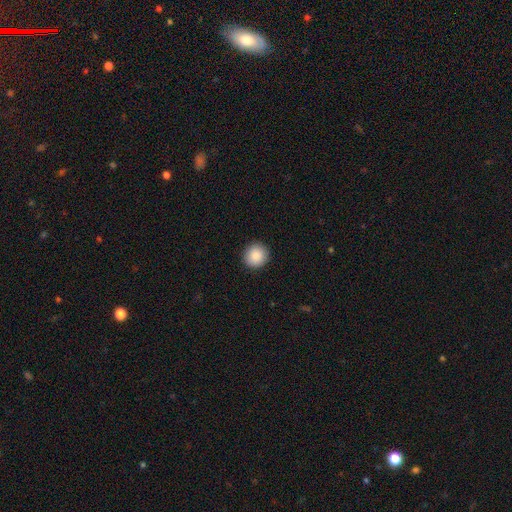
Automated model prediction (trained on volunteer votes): Smooth or featured? smooth (89%)
How rounded? round (93%)
Merging? none (92%)